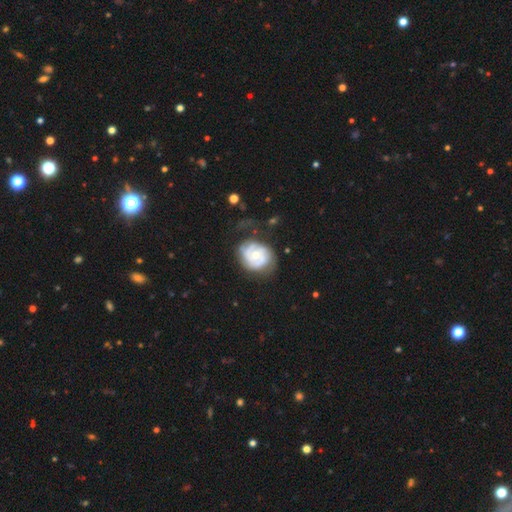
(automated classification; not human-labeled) Smooth or featured? Predicted: featured or disk (p=0.73). Edge-on disk? Predicted: no (p=0.97). Bar? Predicted: no (p=0.70). Spiral arms? Predicted: yes (p=0.81). Spiral winding? Predicted: tight (p=0.57). Spiral arm count? Predicted: 2 (p=0.45). Bulge size? Predicted: moderate (p=0.64). Merging? Predicted: none (p=0.50).